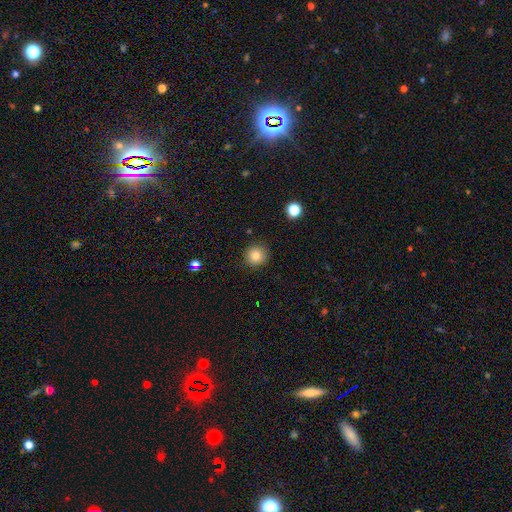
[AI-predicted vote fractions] This is clearly a smooth galaxy (83%). How rounded: clearly round (94%). Merging: clearly none (90%).